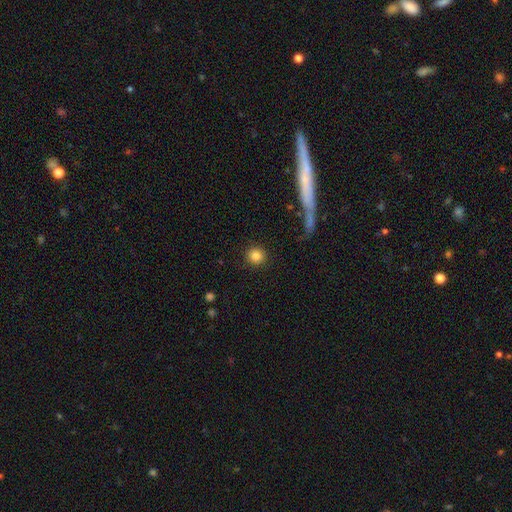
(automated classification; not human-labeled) A smooth galaxy with no disk features (85%) that is round (92%).

Vote fractions:
- Smooth or featured? smooth: 85% / star or artifact: 10% / featured or disk: 6%
- How rounded? round: 92% / in between: 7% / cigar-shaped: 1%
- Merging? none: 90% / minor disturbance: 5% / major disturbance: 2% / merger: 2%